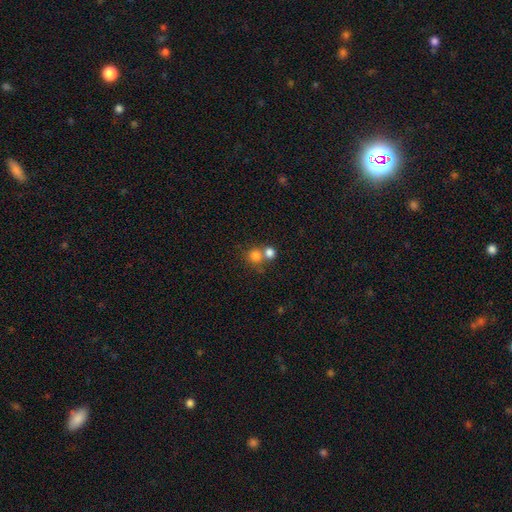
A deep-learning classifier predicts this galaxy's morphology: smooth_or_featured: smooth (p=0.78) [alt: star or artifact p=0.13]
how_rounded: round (p=0.87) [alt: in between p=0.12]
merging: none (p=0.48) [alt: merger p=0.42]